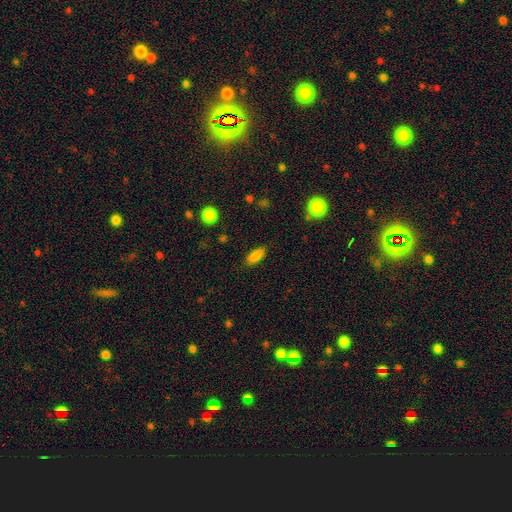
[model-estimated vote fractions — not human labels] smooth-or-featured: smooth: 86% | star or artifact: 9% | featured or disk: 5%
  how-rounded: in between: 78% | cigar-shaped: 20% | round: 3%
  merging: none: 86% | minor disturbance: 10% | major disturbance: 3% | merger: 1%